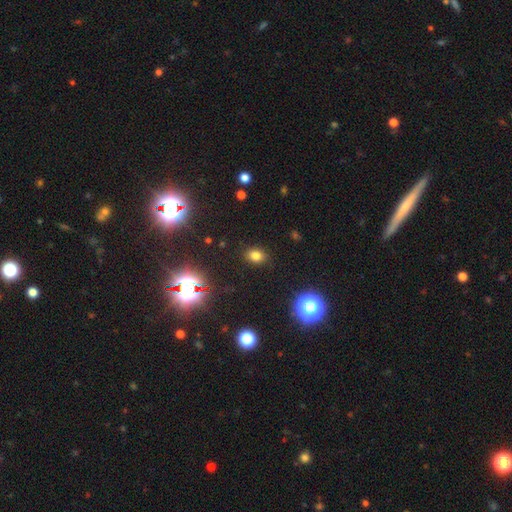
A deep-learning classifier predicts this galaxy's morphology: This is likely a smooth galaxy (74%). How rounded: likely in between (63%). Merging: clearly none (87%).